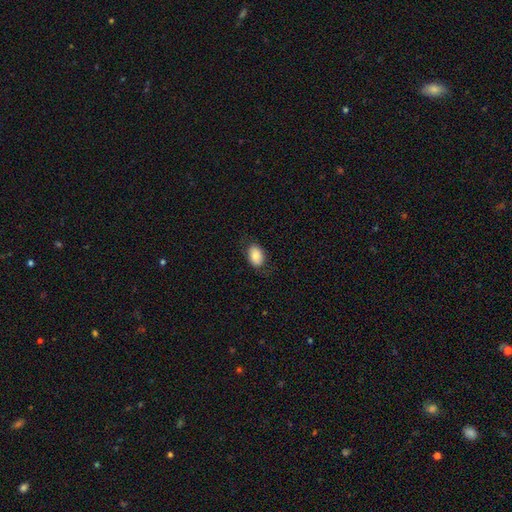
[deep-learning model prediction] smooth-or-featured: smooth: 82% | featured or disk: 10% | star or artifact: 7%
  how-rounded: in between: 83% | round: 16% | cigar-shaped: 1%
  merging: none: 79% | minor disturbance: 15% | major disturbance: 4% | merger: 1%